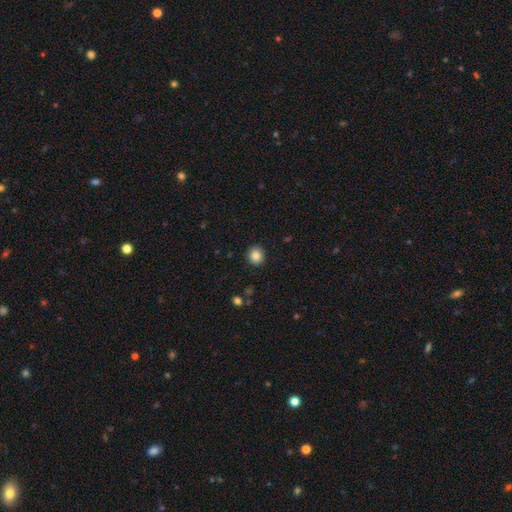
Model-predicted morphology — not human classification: Smooth or featured? smooth (85%)
How rounded? round (91%)
Merging? none (92%)